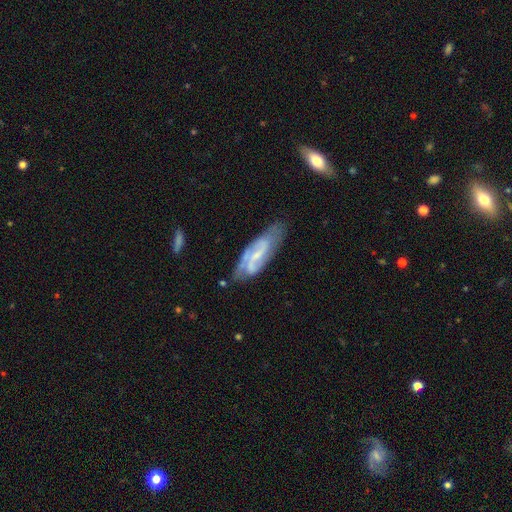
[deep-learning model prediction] Smooth or featured? Predicted: featured or disk (p=0.75). Edge-on disk? Predicted: no (p=0.88). Bar? Predicted: weak (p=0.47). Spiral arms? Predicted: yes (p=0.89). Spiral winding? Predicted: medium (p=0.44). Spiral arm count? Predicted: 2 (p=0.72). Bulge size? Predicted: small (p=0.61). Merging? Predicted: none (p=0.64).